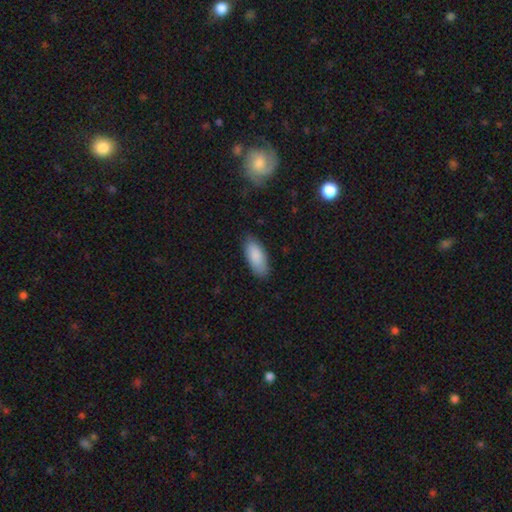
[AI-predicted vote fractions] smooth 87%, featured or disk 7%, star or artifact 6%. Down the decision tree: how rounded — in between (88%); merging — none (82%).